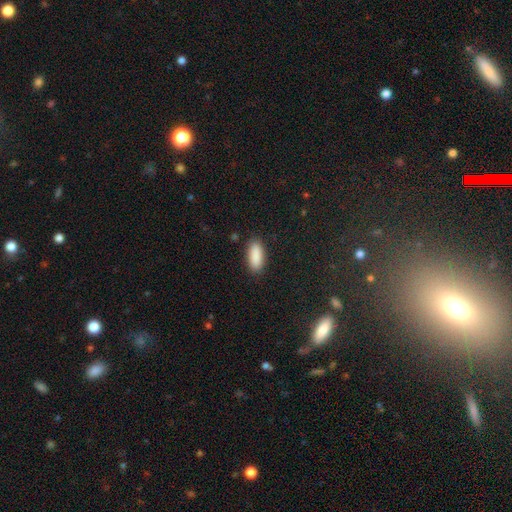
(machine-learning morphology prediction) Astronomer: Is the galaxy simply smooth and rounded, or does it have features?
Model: smooth — 90%.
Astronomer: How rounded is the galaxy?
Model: in between — 81%.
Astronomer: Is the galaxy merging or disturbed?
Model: none — 88%.